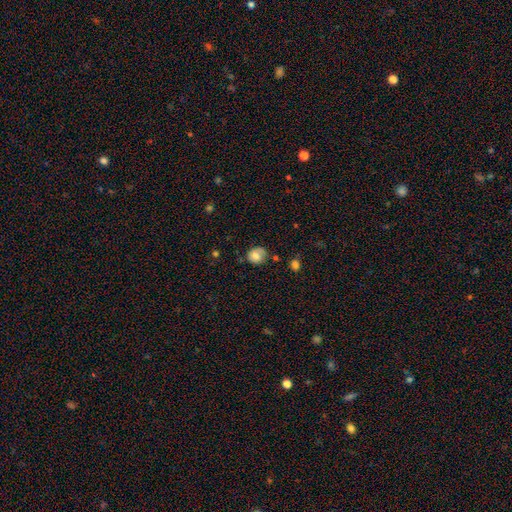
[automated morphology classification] The model was most divided on "merging": none: 61%, minor disturbance: 27%, major disturbance: 7%, merger: 5%. More confident: how rounded — round (75%); smooth or featured — smooth (74%).